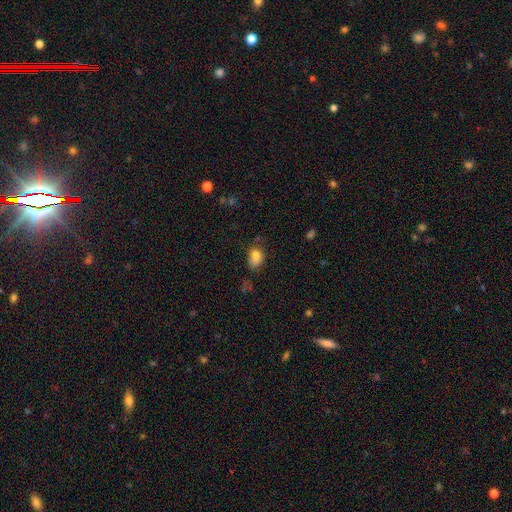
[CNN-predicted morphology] smooth_or_featured: smooth (p=0.81) [alt: star or artifact p=0.11]
how_rounded: in between (p=0.78) [alt: round p=0.21]
merging: none (p=0.49) [alt: minor disturbance p=0.33]